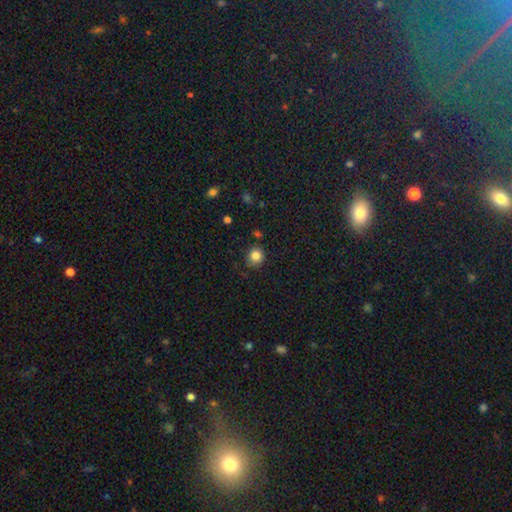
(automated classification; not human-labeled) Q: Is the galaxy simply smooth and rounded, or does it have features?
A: smooth — 84%.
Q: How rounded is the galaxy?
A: round — 86%.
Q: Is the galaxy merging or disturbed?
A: none — 79%.